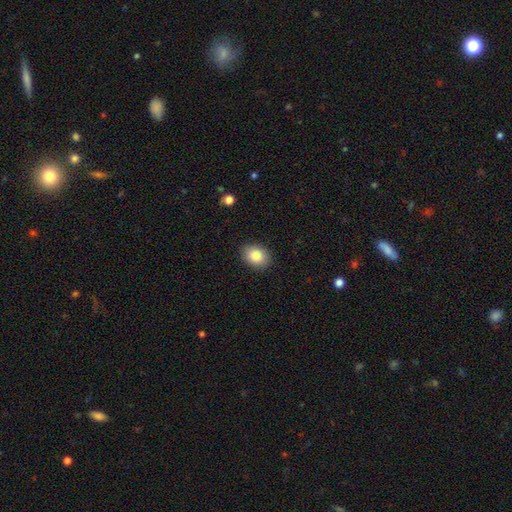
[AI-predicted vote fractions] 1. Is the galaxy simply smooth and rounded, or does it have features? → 86% smooth, 8% star or artifact, 6% featured or disk.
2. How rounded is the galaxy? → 61% in between, 38% round, 1% cigar-shaped.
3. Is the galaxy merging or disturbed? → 89% none, 8% minor disturbance, 2% major disturbance, 1% merger.